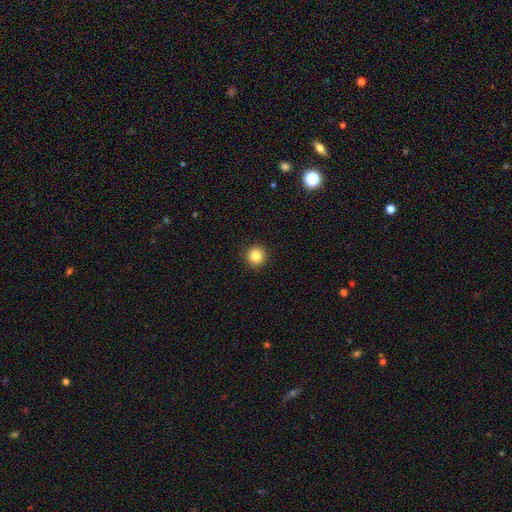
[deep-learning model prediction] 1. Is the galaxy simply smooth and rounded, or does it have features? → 84% smooth, 10% star or artifact, 5% featured or disk.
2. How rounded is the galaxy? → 95% round, 4% in between, 1% cigar-shaped.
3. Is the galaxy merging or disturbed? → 92% none, 5% minor disturbance, 2% major disturbance, 1% merger.